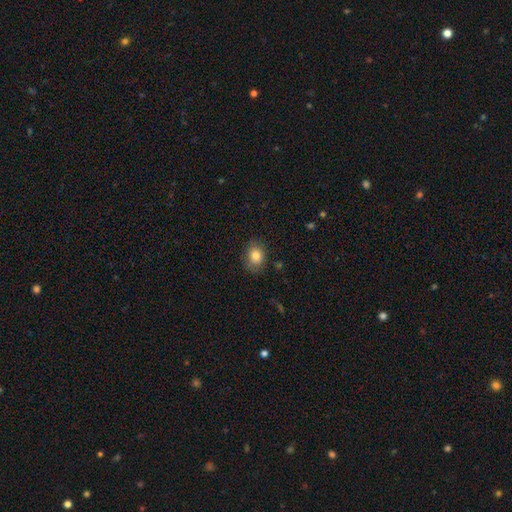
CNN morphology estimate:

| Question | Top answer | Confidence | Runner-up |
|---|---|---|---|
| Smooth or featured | smooth | 82% | star or artifact (9%) |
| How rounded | in between | 54% | round (45%) |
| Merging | none | 79% | minor disturbance (16%) |